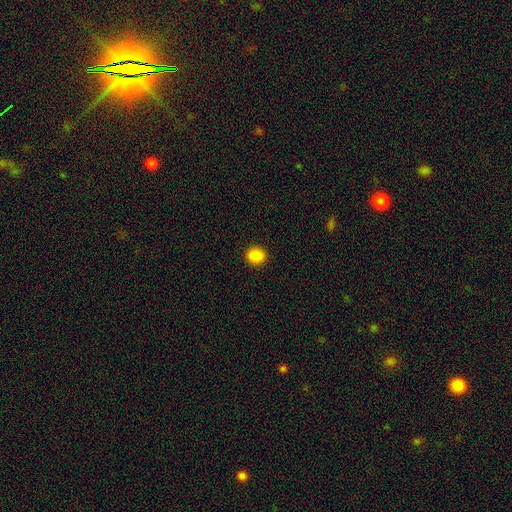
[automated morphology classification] smooth 87%, star or artifact 10%, featured or disk 3%. Down the decision tree: how rounded — round (67%); merging — none (92%).